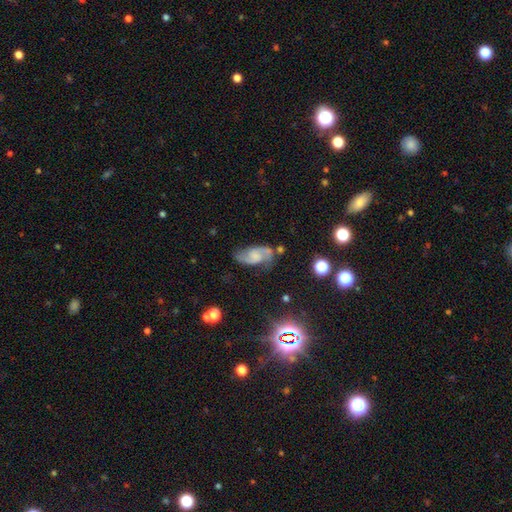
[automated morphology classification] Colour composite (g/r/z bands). It shows a featured or disk galaxy (76%) with a weak bar (45%), 2 (90%) medium (50%) spiral arms (94%) and no central bulge (45%). Merging: none (67%).